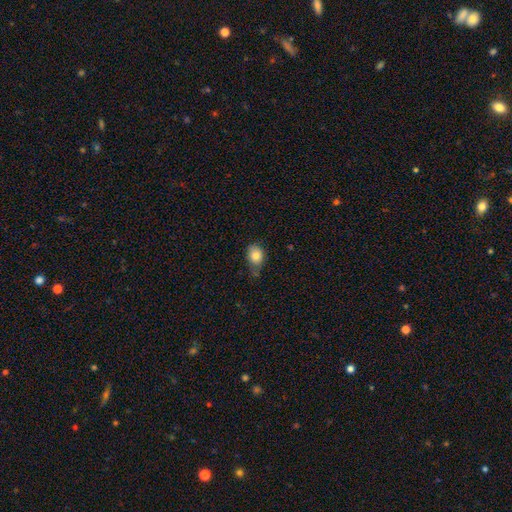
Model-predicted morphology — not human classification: Overall: smooth (81%). How rounded: in between (63%; round 35%). Merging: none (45%; minor disturbance 39%).